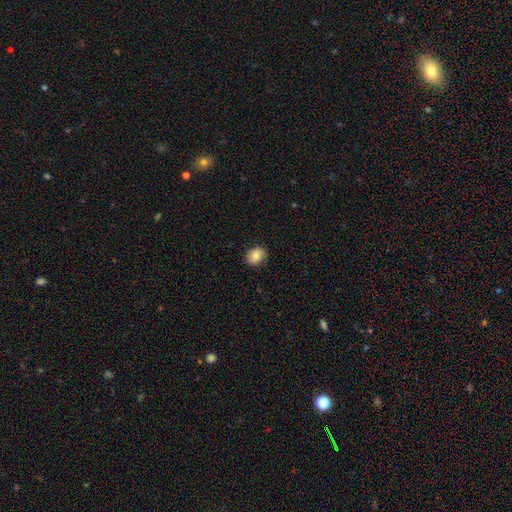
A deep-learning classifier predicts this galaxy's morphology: Smooth or featured? smooth (84%)
How rounded? round (57%)
Merging? none (85%)